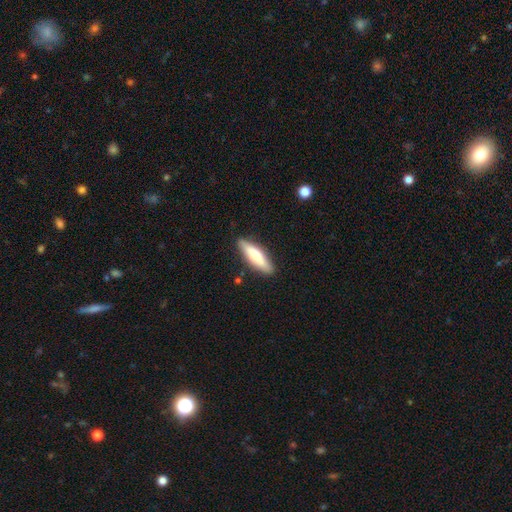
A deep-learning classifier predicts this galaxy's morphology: smooth 65%, featured or disk 29%, star or artifact 5%. Down the decision tree: how rounded — cigar-shaped (64%); merging — none (86%).